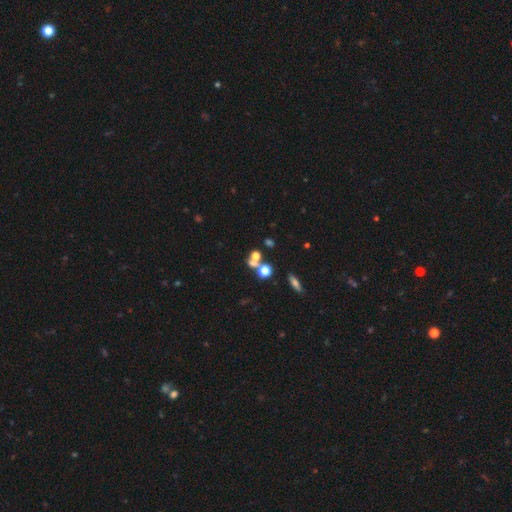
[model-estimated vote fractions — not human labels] A smooth galaxy with no disk features (58%) that is round (73%). Merging: none (44%).